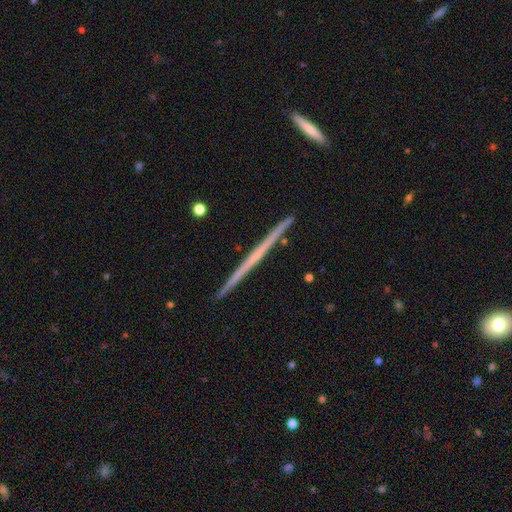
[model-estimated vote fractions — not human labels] Smooth or featured?
  - featured or disk: 67% *
  - smooth: 28%
  - star or artifact: 6%
Edge-on disk?
  - yes: 98% *
  - no: 2%
Edge-on bulge?
  - none: 88% *
  - rounded: 9%
  - boxy: 3%
Merging?
  - none: 92% *
  - minor disturbance: 6%
  - merger: 1%
  - major disturbance: 1%